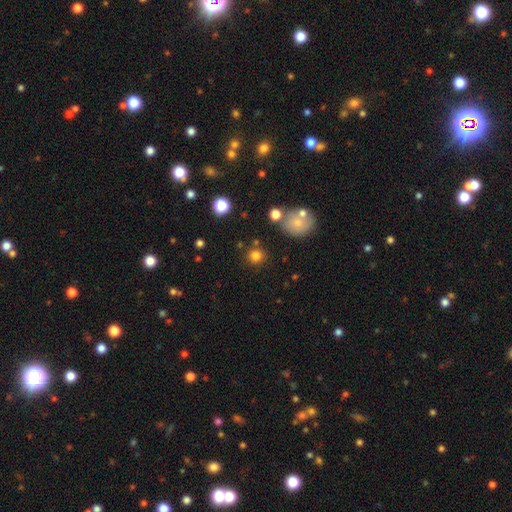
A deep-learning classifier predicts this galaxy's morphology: smooth 79%, star or artifact 14%, featured or disk 7%. Down the decision tree: how rounded — round (89%); merging — none (81%).